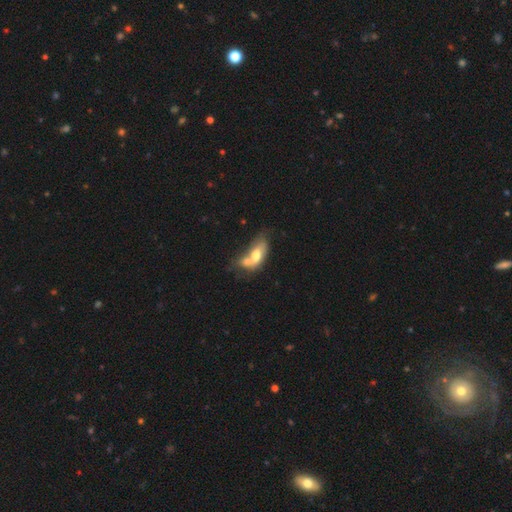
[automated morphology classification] Smooth or featured? Predicted: smooth (p=0.61). How rounded? Predicted: in between (p=0.82). Merging? Predicted: merger (p=0.65).